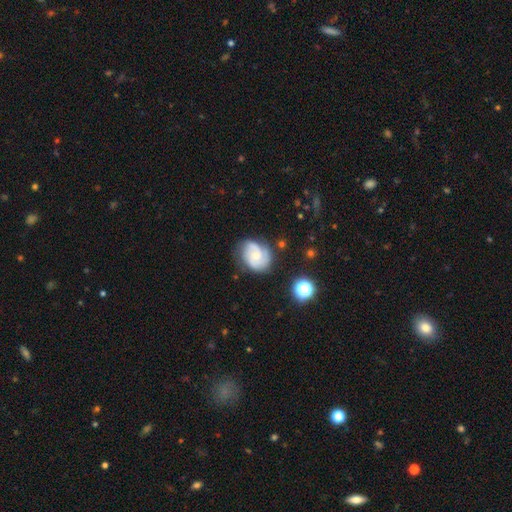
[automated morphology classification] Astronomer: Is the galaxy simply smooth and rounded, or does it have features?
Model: featured or disk — 72%.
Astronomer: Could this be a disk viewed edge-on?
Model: no — 98%.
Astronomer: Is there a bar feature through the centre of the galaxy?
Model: no — 68%.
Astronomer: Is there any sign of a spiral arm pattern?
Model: yes — 94%.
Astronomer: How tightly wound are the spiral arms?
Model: tight — 45% (runner-up: medium, 41%).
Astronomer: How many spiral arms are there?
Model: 2 — 47% (runner-up: 3, 24%).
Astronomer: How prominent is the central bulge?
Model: small — 49% (runner-up: moderate, 43%).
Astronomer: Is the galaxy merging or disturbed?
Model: none — 66%.